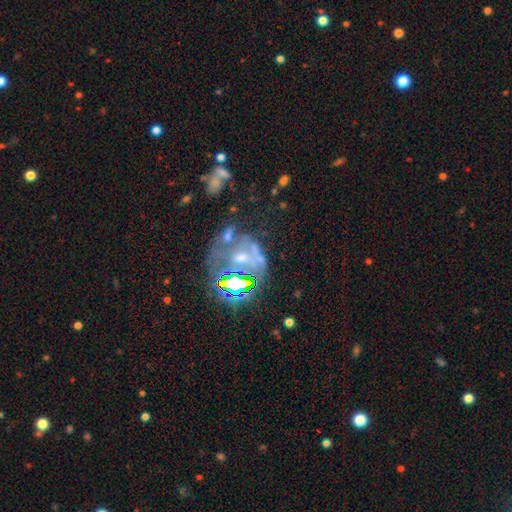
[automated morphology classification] Overall: star or artifact (41%; featured or disk 40%).